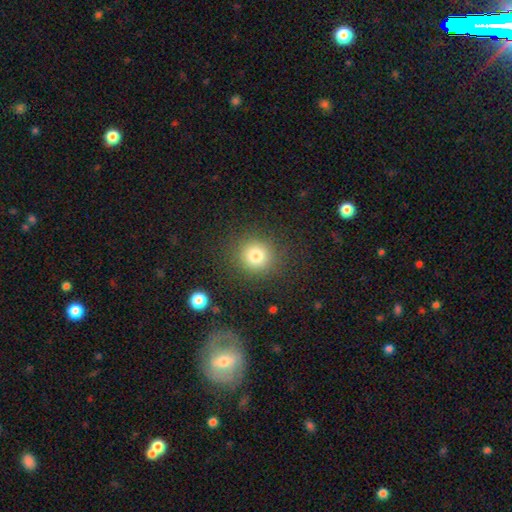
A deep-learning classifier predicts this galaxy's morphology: smooth_or_featured: smooth (p=0.79) [alt: star or artifact p=0.14]
how_rounded: round (p=0.92) [alt: in between p=0.07]
merging: none (p=0.88) [alt: minor disturbance p=0.07]